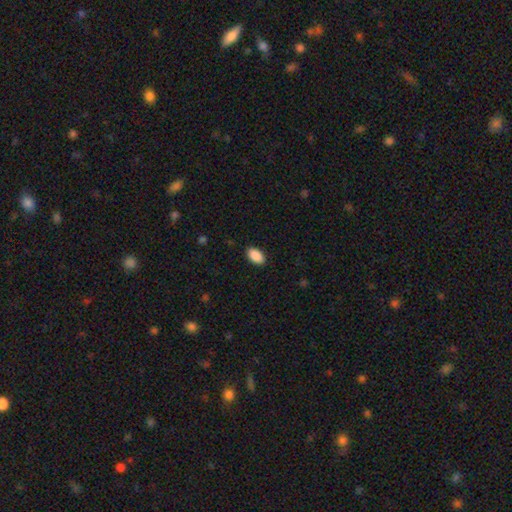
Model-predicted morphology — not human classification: The model was most divided on "merging": none: 89%, minor disturbance: 8%, major disturbance: 2%, merger: 1%. More confident: how rounded — in between (94%); smooth or featured — smooth (90%).